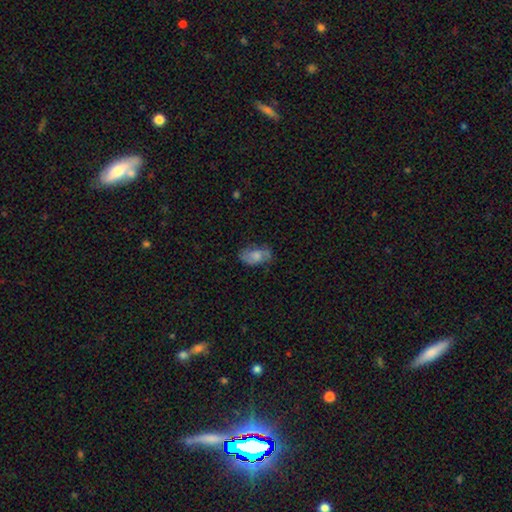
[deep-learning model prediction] Smooth or featured? Predicted: smooth (p=0.66). How rounded? Predicted: in between (p=0.91). Merging? Predicted: none (p=0.54).